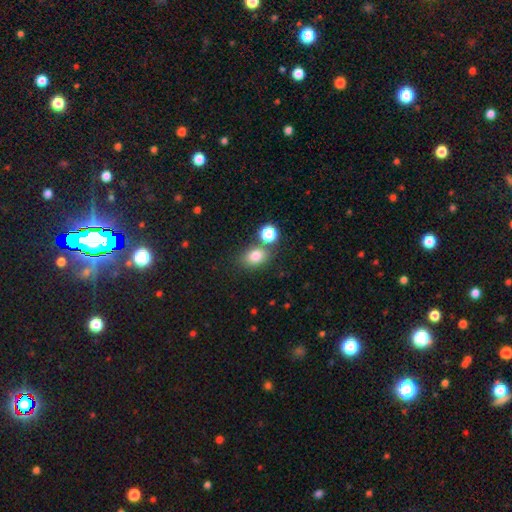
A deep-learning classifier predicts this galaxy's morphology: smooth_or_featured: smooth (p=0.80) [alt: star or artifact p=0.13]
how_rounded: in between (p=0.65) [alt: round p=0.34]
merging: none (p=0.68) [alt: merger p=0.15]